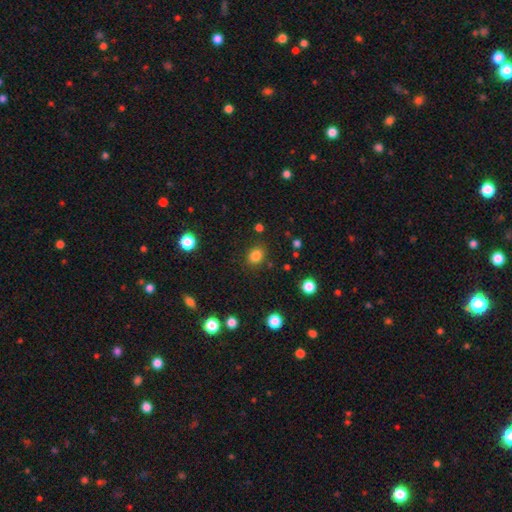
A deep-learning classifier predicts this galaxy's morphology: This is clearly a smooth galaxy (83%). How rounded: possibly round (53%). Merging: clearly none (84%).